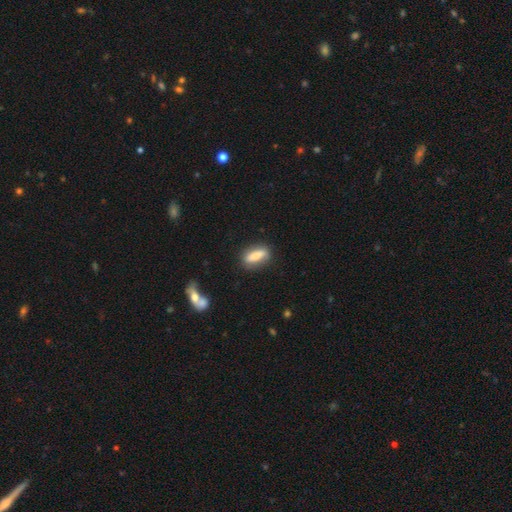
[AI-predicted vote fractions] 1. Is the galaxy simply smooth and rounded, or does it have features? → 72% smooth, 20% featured or disk, 7% star or artifact.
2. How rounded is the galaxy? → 61% in between, 36% cigar-shaped, 4% round.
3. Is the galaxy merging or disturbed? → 77% none, 15% minor disturbance, 4% major disturbance, 3% merger.